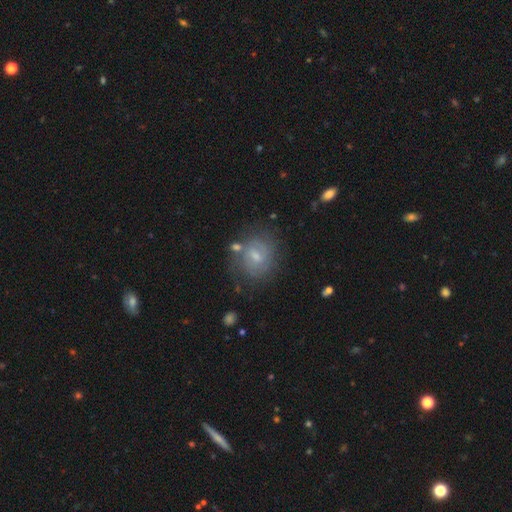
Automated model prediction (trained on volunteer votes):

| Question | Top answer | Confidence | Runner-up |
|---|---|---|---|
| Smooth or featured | featured or disk | 48% | smooth (42%) |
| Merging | none | 65% | minor disturbance (19%) |